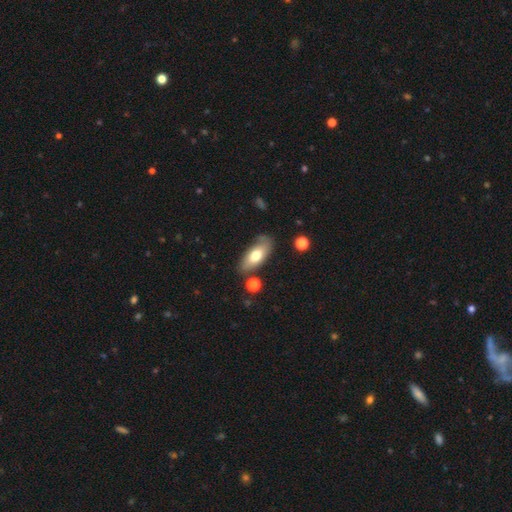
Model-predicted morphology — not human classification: Overall: smooth (68%). How rounded: in between (84%). Merging: none (71%).